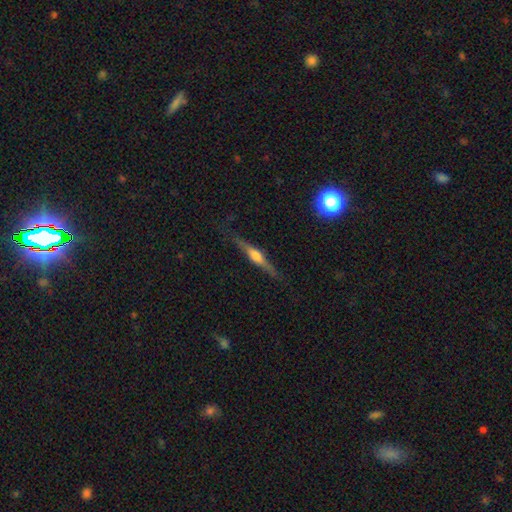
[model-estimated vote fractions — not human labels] This appears to be a featured or disk galaxy (70%) viewed edge-on (97%) with a rounded central bulge (82%). Merging: none (83%).